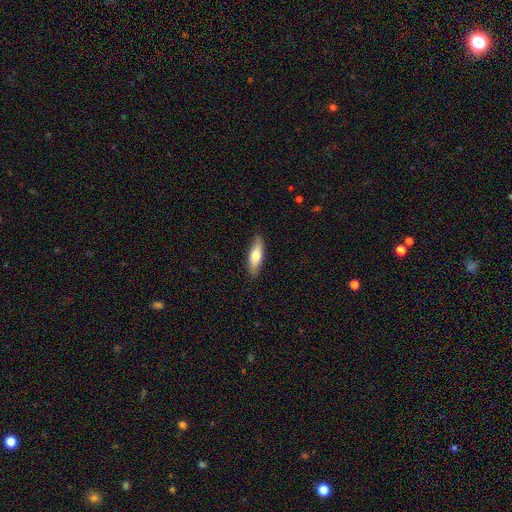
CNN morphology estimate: Smooth or featured? Predicted: smooth (p=0.66). How rounded? Predicted: cigar-shaped (p=0.53). Merging? Predicted: none (p=0.87).